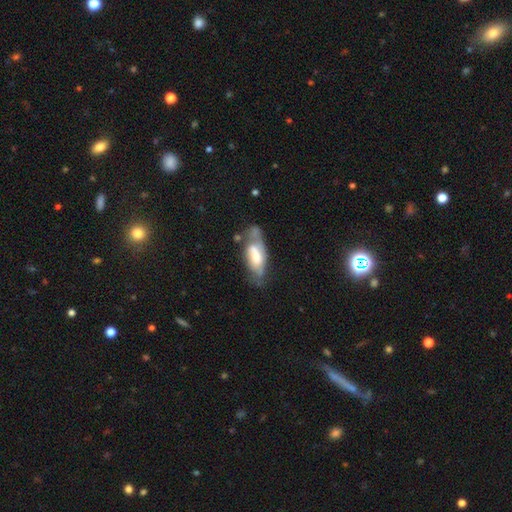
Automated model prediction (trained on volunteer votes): Q: Smooth or featured?
A: featured or disk (51%); runner-up: smooth (43%)
Q: Edge-on disk?
A: no (79%); runner-up: yes (21%)
Q: Merging?
A: none (38%); runner-up: minor disturbance (28%)